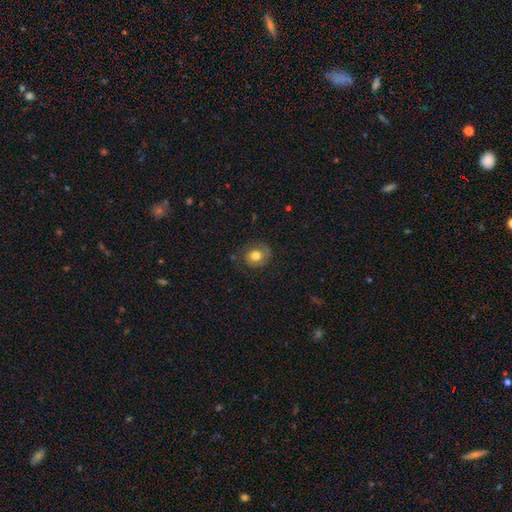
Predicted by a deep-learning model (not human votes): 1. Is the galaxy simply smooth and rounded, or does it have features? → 62% smooth, 28% featured or disk, 9% star or artifact.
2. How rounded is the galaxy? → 72% round, 27% in between, 1% cigar-shaped.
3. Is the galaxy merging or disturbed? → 71% none, 19% minor disturbance, 9% major disturbance, 1% merger.